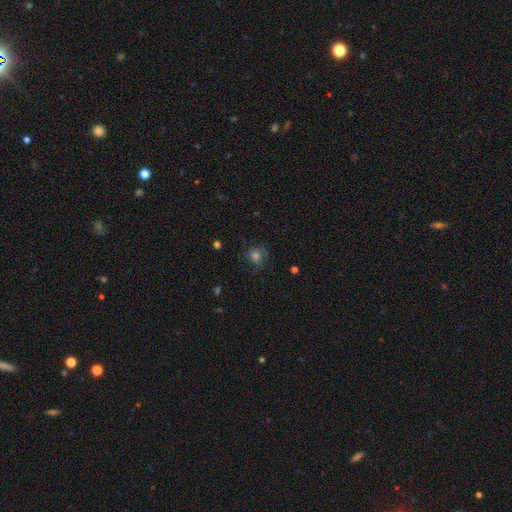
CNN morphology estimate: Q: Smooth or featured?
A: smooth (56%); runner-up: featured or disk (23%)
Q: How rounded?
A: round (83%); runner-up: in between (16%)
Q: Merging?
A: none (73%); runner-up: minor disturbance (17%)